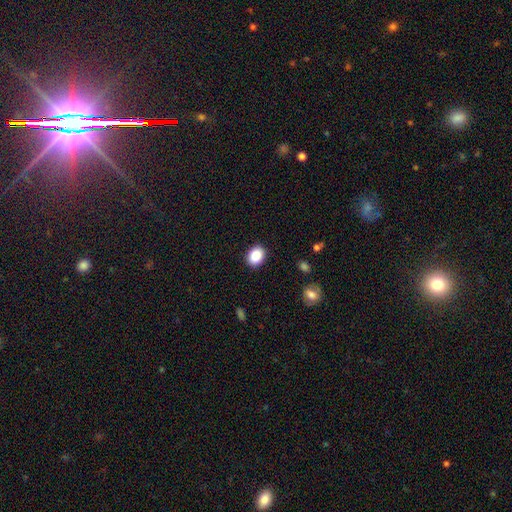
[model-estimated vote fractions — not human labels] Q: Smooth or featured?
A: smooth (88%); runner-up: star or artifact (8%)
Q: How rounded?
A: in between (63%); runner-up: round (36%)
Q: Merging?
A: none (89%); runner-up: minor disturbance (8%)